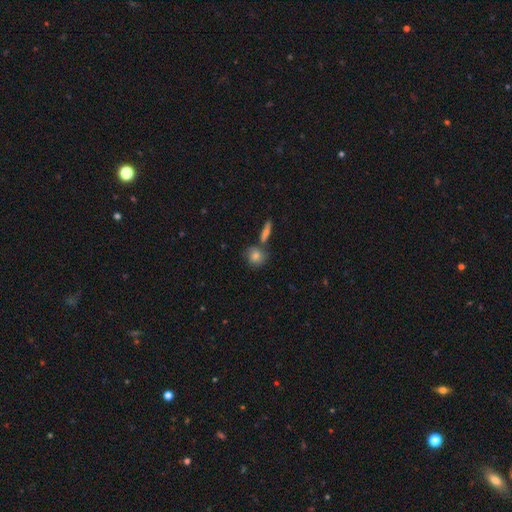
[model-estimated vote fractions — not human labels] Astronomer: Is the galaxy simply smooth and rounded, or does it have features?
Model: smooth — 75%.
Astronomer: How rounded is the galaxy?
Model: round — 79%.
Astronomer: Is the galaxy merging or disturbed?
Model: none — 66%.